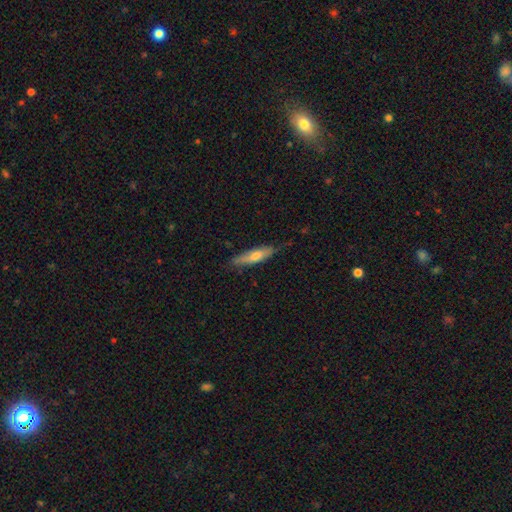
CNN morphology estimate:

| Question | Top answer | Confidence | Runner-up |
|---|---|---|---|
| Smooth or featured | smooth | 61% | featured or disk (34%) |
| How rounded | cigar-shaped | 72% | in between (26%) |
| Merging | none | 75% | minor disturbance (21%) |